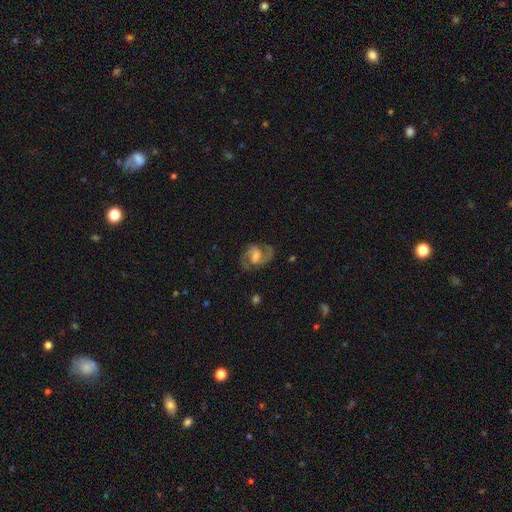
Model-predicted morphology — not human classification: The model was most divided on "bulge size": moderate: 41%, small: 24%, large: 18%, none: 16%, dominant: 2%. More confident: edge-on disk — no (98%); spiral arms — yes (95%); spiral arm count — 2 (87%); smooth or featured — featured or disk (82%); merging — none (72%); spiral winding — medium (58%); bar — weak (55%).